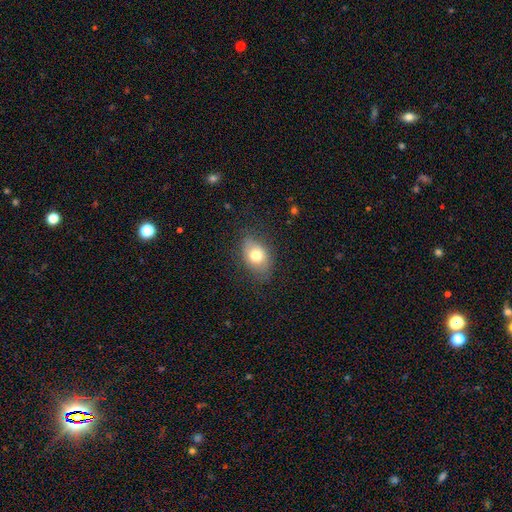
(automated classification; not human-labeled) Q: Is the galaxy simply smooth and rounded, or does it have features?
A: smooth — 73%.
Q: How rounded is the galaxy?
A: in between — 81%.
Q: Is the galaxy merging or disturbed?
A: none — 73%.